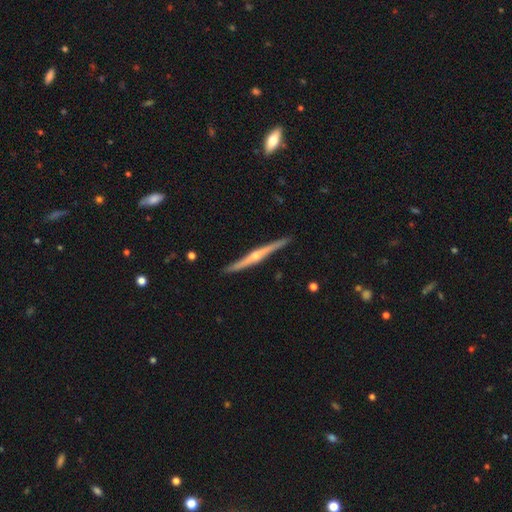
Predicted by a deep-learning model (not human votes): Smooth or featured? Predicted: featured or disk (p=0.80). Edge-on disk? Predicted: yes (p=0.98). Edge-on bulge? Predicted: rounded (p=0.86). Merging? Predicted: none (p=0.90).